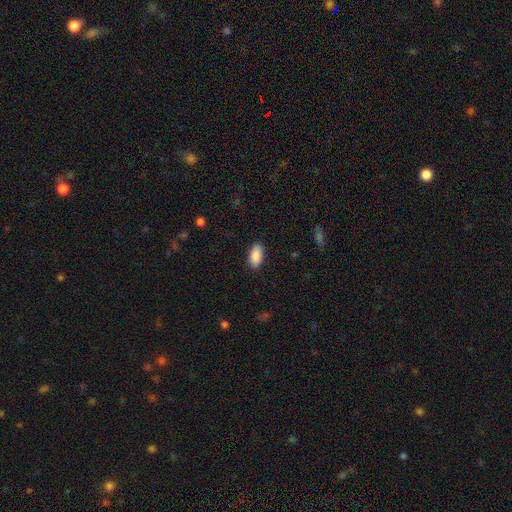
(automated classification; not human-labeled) A smooth galaxy with no disk features (90%) that is in between round and cigar-shaped (92%). Merging: none (88%).